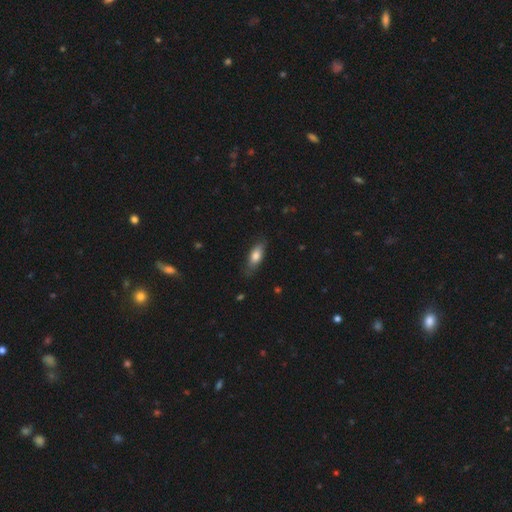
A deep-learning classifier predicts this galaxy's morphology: This is likely a smooth galaxy (76%). How rounded: likely in between (72%). Merging: likely none (76%).